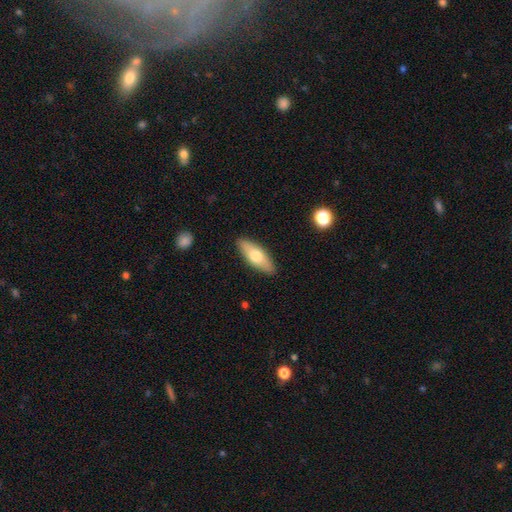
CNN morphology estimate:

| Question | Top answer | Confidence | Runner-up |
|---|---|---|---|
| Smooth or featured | smooth | 67% | featured or disk (27%) |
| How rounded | in between | 70% | cigar-shaped (28%) |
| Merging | none | 88% | minor disturbance (9%) |